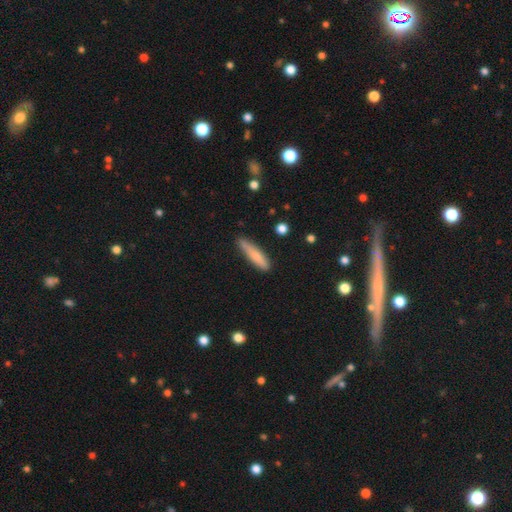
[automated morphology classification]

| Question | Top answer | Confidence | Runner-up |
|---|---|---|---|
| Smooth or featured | smooth | 78% | featured or disk (16%) |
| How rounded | cigar-shaped | 84% | in between (14%) |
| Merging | none | 78% | minor disturbance (17%) |